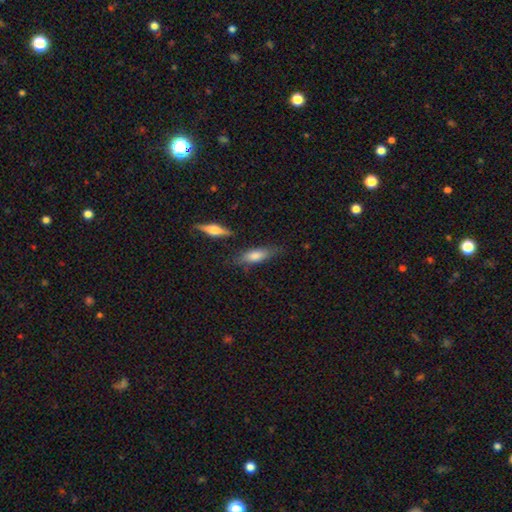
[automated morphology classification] smooth-or-featured: smooth: 73% | featured or disk: 20% | star or artifact: 7%
  how-rounded: in between: 54% | cigar-shaped: 44% | round: 2%
  merging: none: 73% | minor disturbance: 17% | merger: 5% | major disturbance: 4%